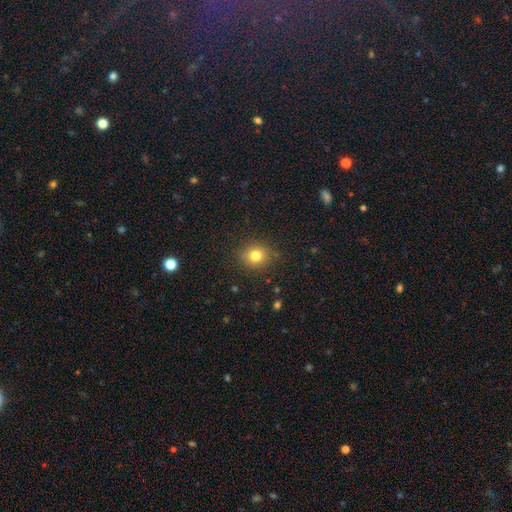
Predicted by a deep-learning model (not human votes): The model was most divided on "how rounded": round: 80%, in between: 19%, cigar-shaped: 1%. More confident: merging — none (88%); smooth or featured — smooth (79%).